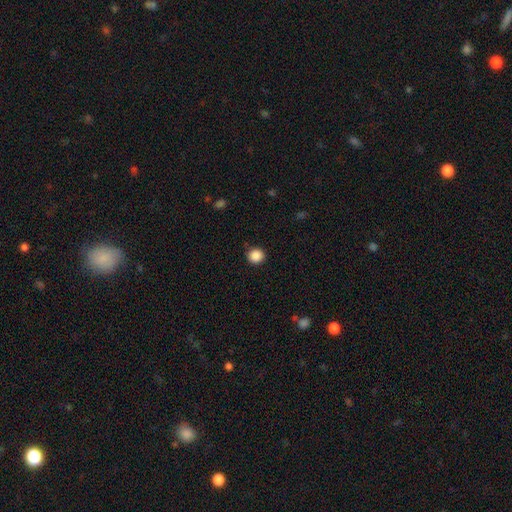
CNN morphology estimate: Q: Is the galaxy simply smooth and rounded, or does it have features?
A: smooth — 88%.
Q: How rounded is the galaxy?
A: round — 90%.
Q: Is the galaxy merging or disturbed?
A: none — 87%.